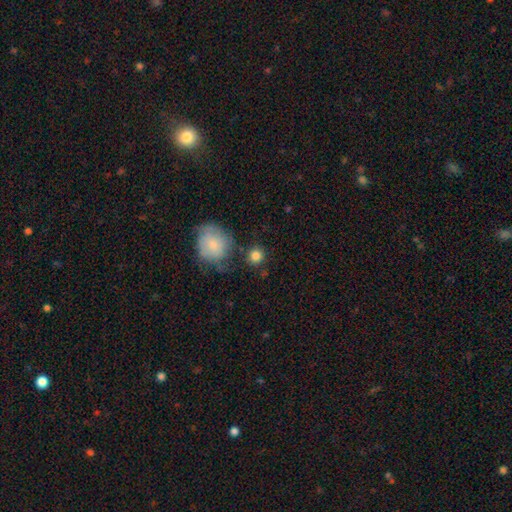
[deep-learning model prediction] smooth 85%, star or artifact 9%, featured or disk 6%. Down the decision tree: how rounded — round (90%); merging — none (80%).